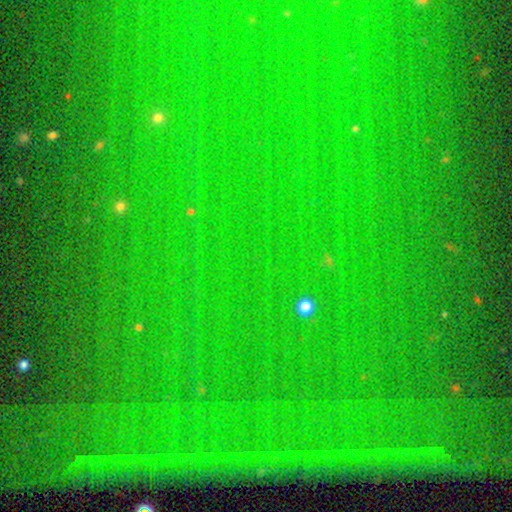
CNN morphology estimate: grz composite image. It shows a star or artifact, not a galaxy (79%).